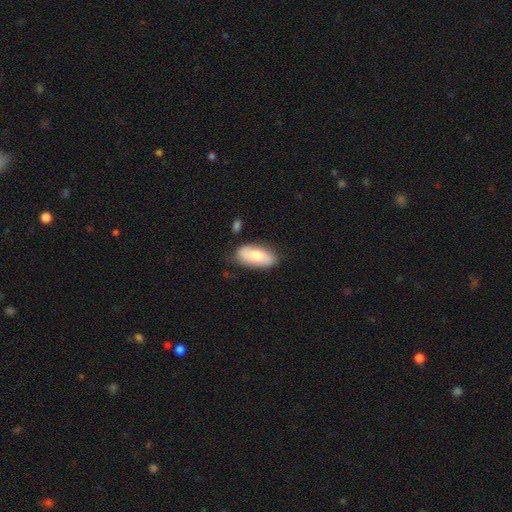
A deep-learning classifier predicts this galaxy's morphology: smooth 74%, featured or disk 20%, star or artifact 6%. Down the decision tree: how rounded — in between (90%); merging — none (76%).